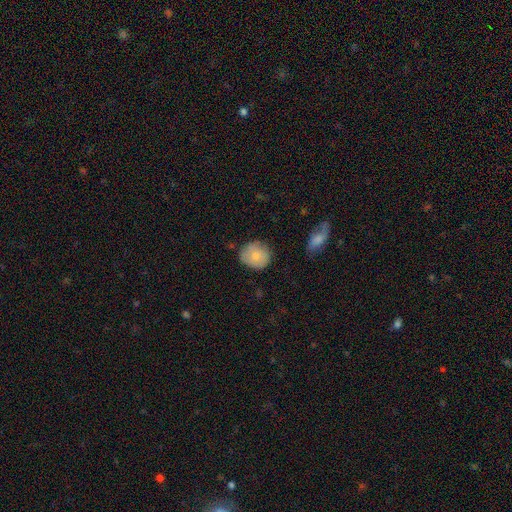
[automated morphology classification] This is likely a smooth galaxy (78%). How rounded: likely round (80%). Merging: likely none (76%).